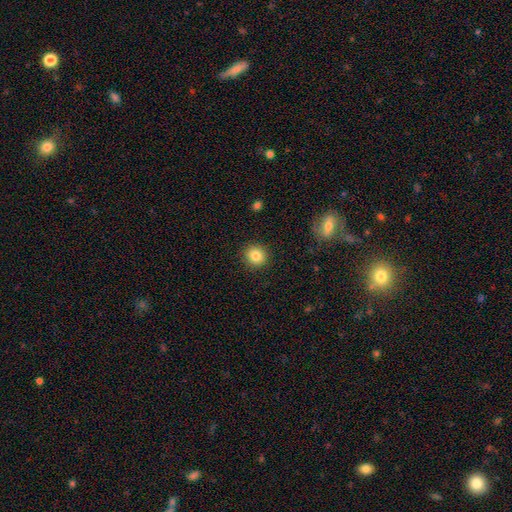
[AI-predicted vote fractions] Smooth or featured? Predicted: smooth (p=0.84). How rounded? Predicted: round (p=0.87). Merging? Predicted: none (p=0.90).